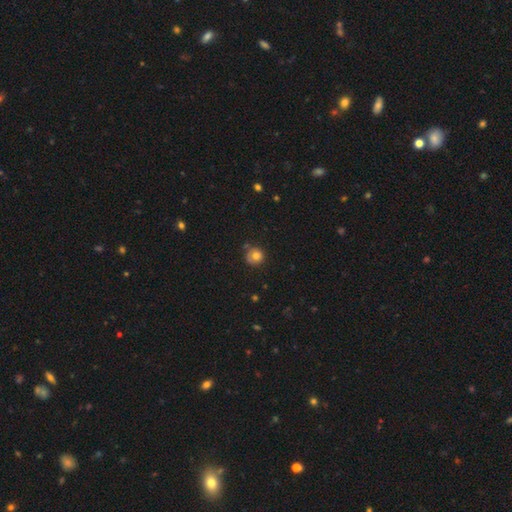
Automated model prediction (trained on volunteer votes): smooth-or-featured: smooth: 74% | featured or disk: 16% | star or artifact: 10%
  how-rounded: round: 90% | in between: 9% | cigar-shaped: 1%
  merging: none: 68% | minor disturbance: 21% | major disturbance: 6% | merger: 5%